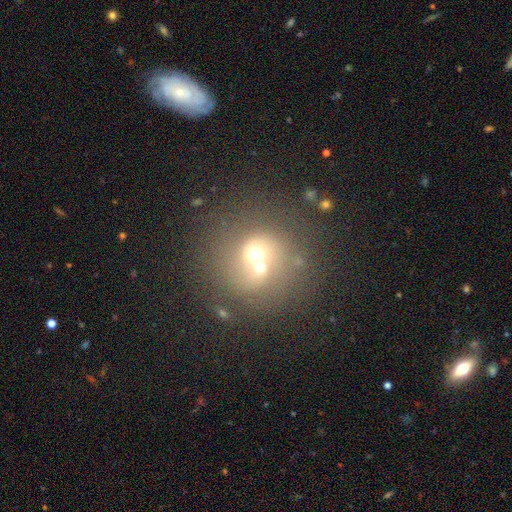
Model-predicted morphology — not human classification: This appears to be a smooth galaxy with no disk features (52%) that is round (88%). Merging: none (43%).